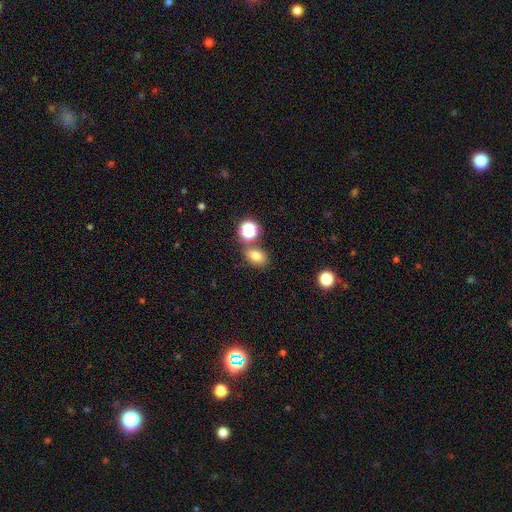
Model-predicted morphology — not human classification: The model was most divided on "how rounded": in between: 66%, round: 32%, cigar-shaped: 1%. More confident: smooth or featured — smooth (75%); merging — none (69%).